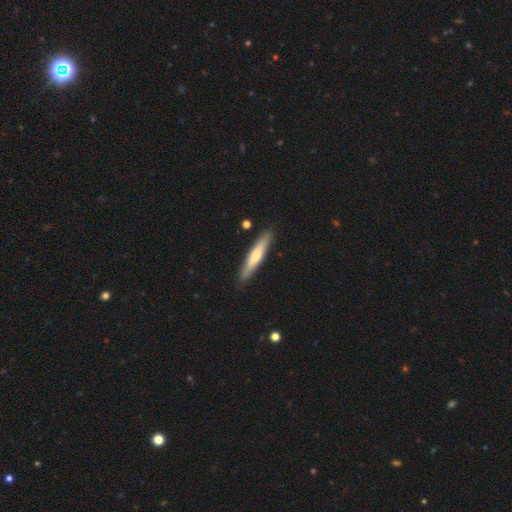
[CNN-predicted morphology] This is possibly a smooth galaxy (57%). How rounded: clearly cigar-shaped (92%). Merging: clearly none (89%).